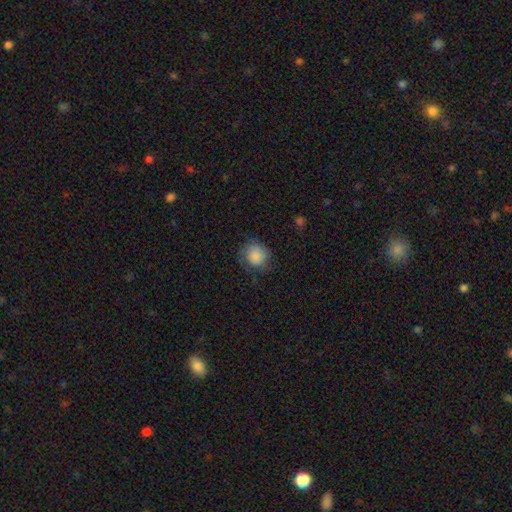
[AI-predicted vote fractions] A smooth galaxy with no disk features (84%) that is round (80%).

Vote fractions:
- Smooth or featured? smooth: 84% / featured or disk: 9% / star or artifact: 7%
- How rounded? round: 80% / in between: 19% / cigar-shaped: 1%
- Merging? none: 69% / minor disturbance: 21% / major disturbance: 9% / merger: 1%